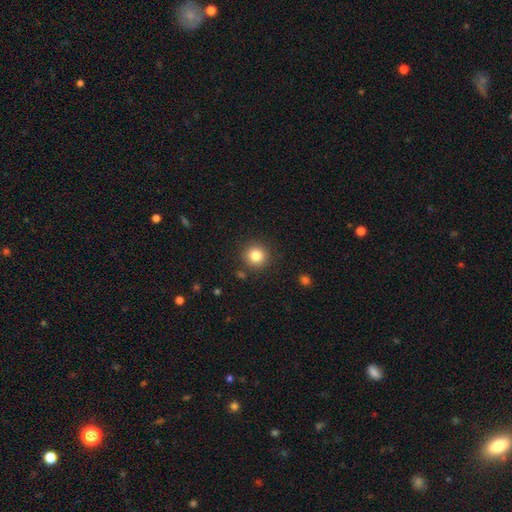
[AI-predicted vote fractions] The model was most divided on "smooth or featured": smooth: 82%, star or artifact: 11%, featured or disk: 7%. More confident: how rounded — round (94%); merging — none (88%).